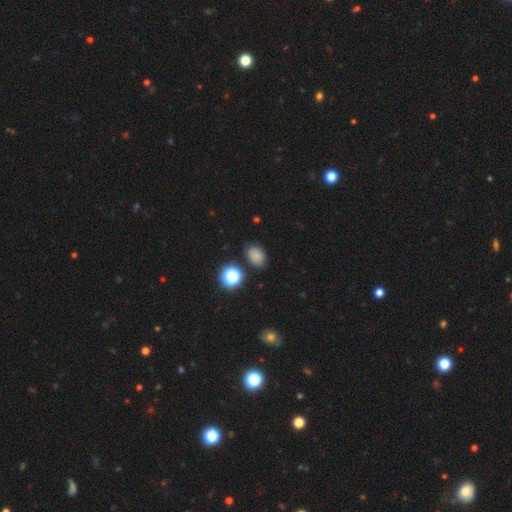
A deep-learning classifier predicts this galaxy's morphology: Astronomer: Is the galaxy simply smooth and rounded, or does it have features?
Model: smooth — 77%.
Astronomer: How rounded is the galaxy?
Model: in between — 73%.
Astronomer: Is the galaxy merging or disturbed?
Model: none — 79%.